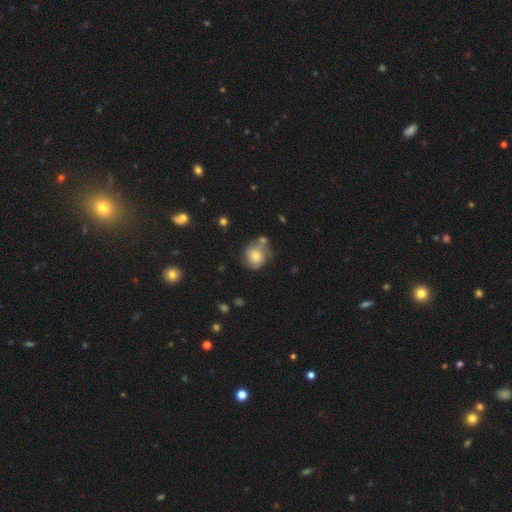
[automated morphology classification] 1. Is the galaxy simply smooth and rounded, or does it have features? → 66% smooth, 24% featured or disk, 9% star or artifact.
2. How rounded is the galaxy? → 81% round, 18% in between, 1% cigar-shaped.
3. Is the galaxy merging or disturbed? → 56% none, 22% minor disturbance, 14% merger, 8% major disturbance.